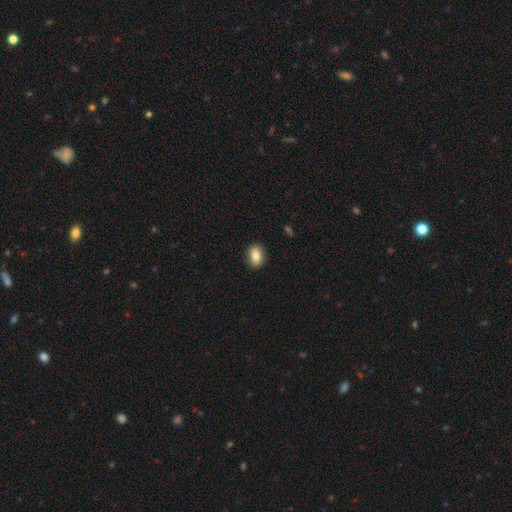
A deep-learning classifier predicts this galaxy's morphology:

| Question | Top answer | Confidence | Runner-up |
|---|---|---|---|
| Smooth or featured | smooth | 82% | featured or disk (10%) |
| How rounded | in between | 70% | round (29%) |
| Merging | none | 89% | minor disturbance (8%) |